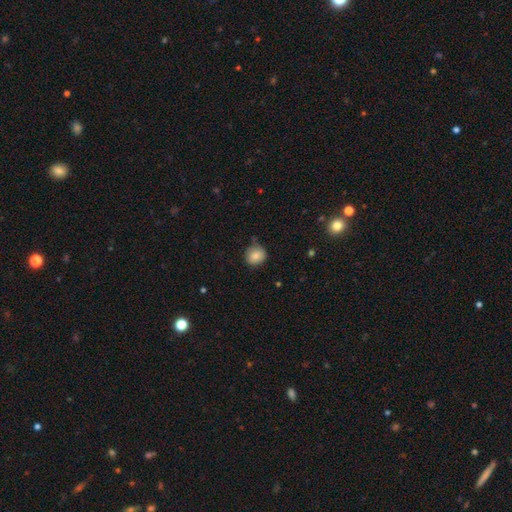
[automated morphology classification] The model was most divided on "merging": none: 73%, minor disturbance: 20%, major disturbance: 4%, merger: 3%. More confident: how rounded — round (86%); smooth or featured — smooth (82%).